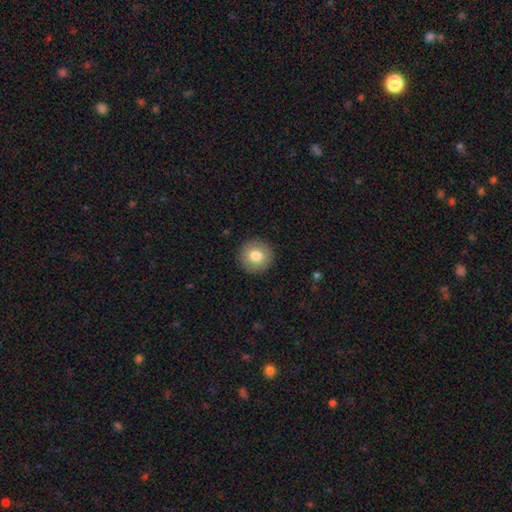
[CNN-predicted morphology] smooth-or-featured: smooth: 79% | featured or disk: 13% | star or artifact: 8%
  how-rounded: round: 95% | in between: 4% | cigar-shaped: 1%
  merging: none: 92% | minor disturbance: 6% | major disturbance: 2% | merger: 1%